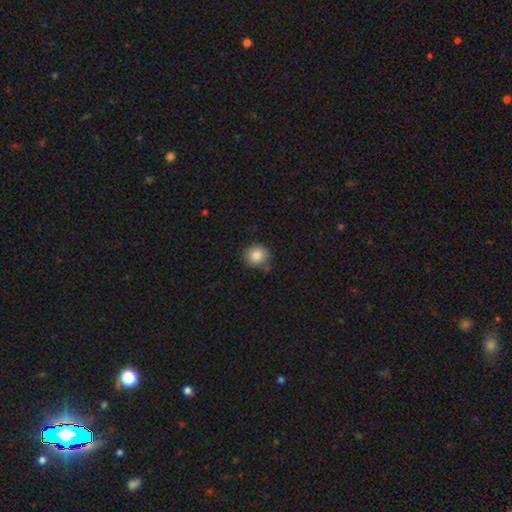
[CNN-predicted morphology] smooth 83%, star or artifact 10%, featured or disk 7%. Down the decision tree: how rounded — round (91%); merging — none (78%).